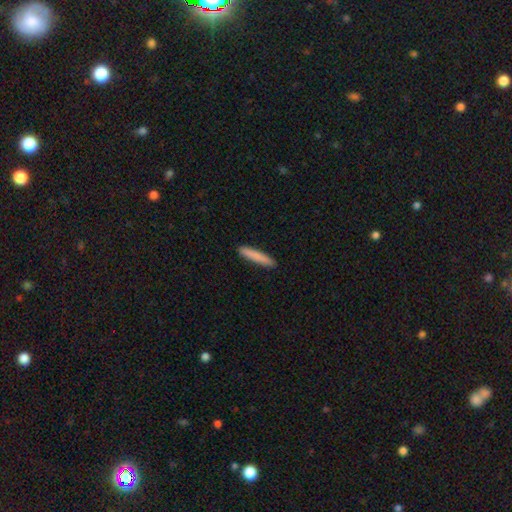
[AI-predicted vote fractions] Smooth or featured?
  - smooth: 84% *
  - featured or disk: 11%
  - star or artifact: 6%
How rounded?
  - cigar-shaped: 94% *
  - in between: 5%
  - round: 1%
Merging?
  - none: 91% *
  - minor disturbance: 6%
  - major disturbance: 1%
  - merger: 1%